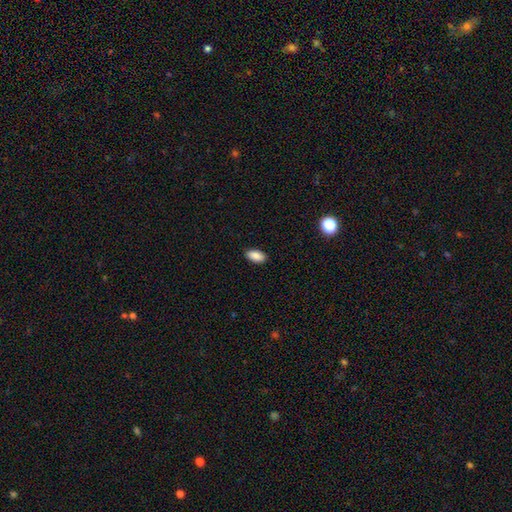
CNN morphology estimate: smooth 89%, star or artifact 8%, featured or disk 4%. Down the decision tree: how rounded — in between (93%); merging — none (90%).